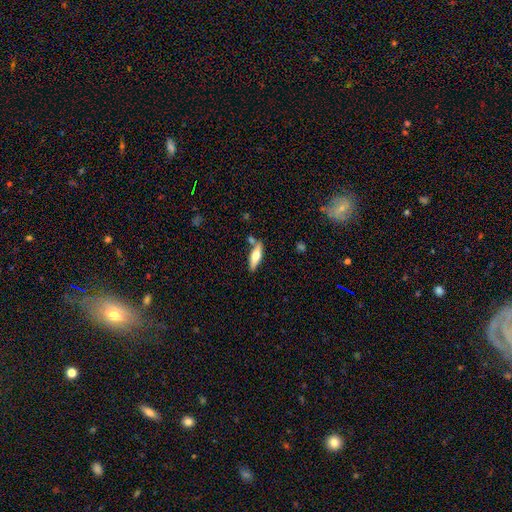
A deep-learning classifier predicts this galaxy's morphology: Smooth or featured?
  - smooth: 55% *
  - featured or disk: 39%
  - star or artifact: 6%
How rounded?
  - cigar-shaped: 56% *
  - in between: 42%
  - round: 2%
Merging?
  - none: 74% *
  - minor disturbance: 14%
  - merger: 9%
  - major disturbance: 3%